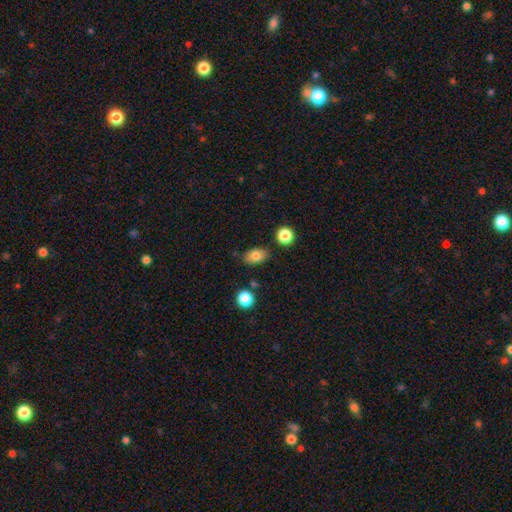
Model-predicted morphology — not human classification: A smooth galaxy with no disk features (80%) that is in between round and cigar-shaped (84%).

Vote fractions:
- Smooth or featured? smooth: 80% / featured or disk: 11% / star or artifact: 9%
- How rounded? in between: 84% / round: 14% / cigar-shaped: 2%
- Merging? none: 80% / minor disturbance: 14% / merger: 4% / major disturbance: 3%